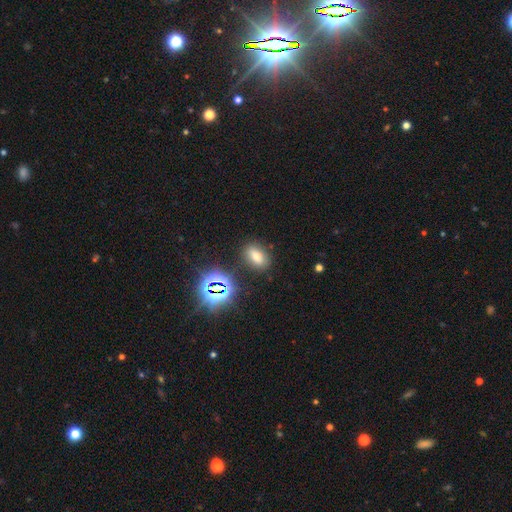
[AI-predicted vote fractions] The model was most divided on "smooth or featured": smooth: 62%, star or artifact: 25%, featured or disk: 13%. More confident: merging — none (80%); how rounded — in between (79%).